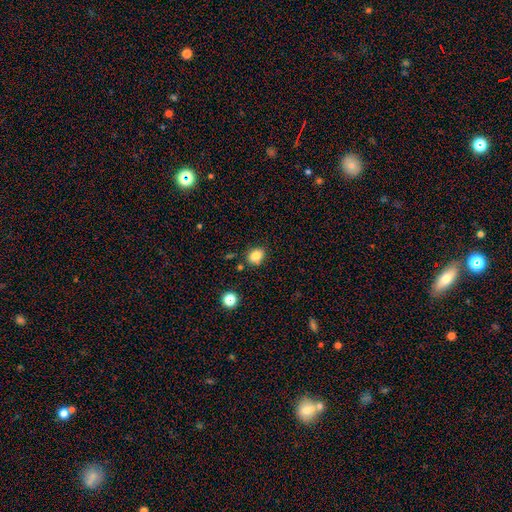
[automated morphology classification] Q: Smooth or featured?
A: smooth (81%); runner-up: star or artifact (11%)
Q: How rounded?
A: in between (51%); runner-up: round (48%)
Q: Merging?
A: none (79%); runner-up: minor disturbance (14%)